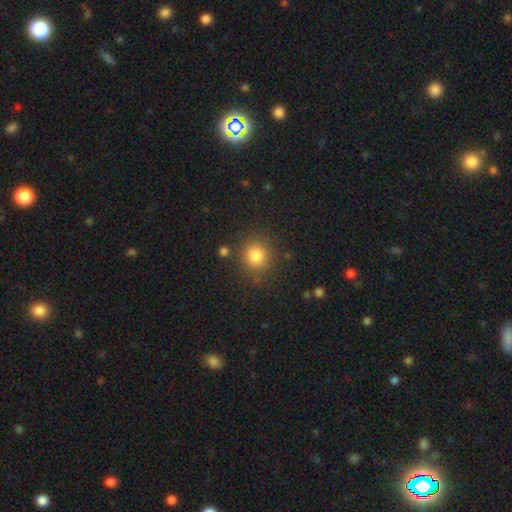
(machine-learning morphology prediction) A smooth galaxy with no disk features (81%) that is round (87%).

Vote fractions:
- Smooth or featured? smooth: 81% / star or artifact: 13% / featured or disk: 6%
- How rounded? round: 87% / in between: 12% / cigar-shaped: 1%
- Merging? none: 83% / minor disturbance: 9% / merger: 4% / major disturbance: 3%